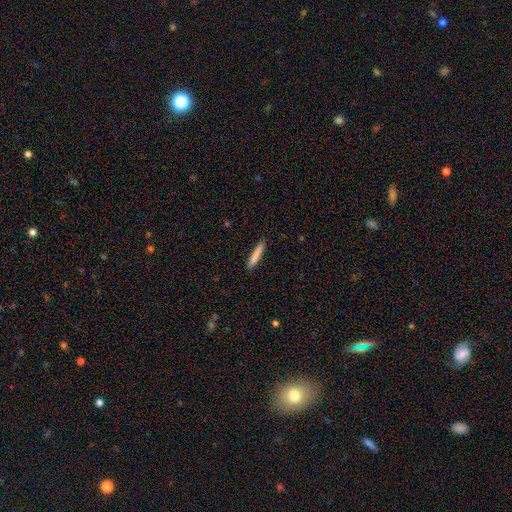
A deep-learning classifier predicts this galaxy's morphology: type=smooth (83%); roundness=cigar-shaped (94%); merging=none (90%).